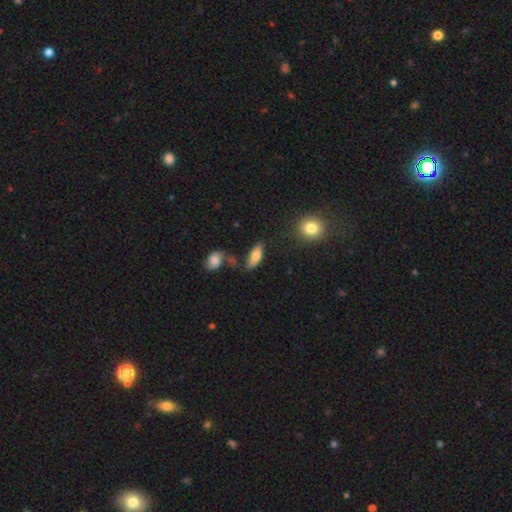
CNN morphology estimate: This is likely a smooth galaxy (74%). How rounded: likely in between (76%). Merging: likely none (67%).